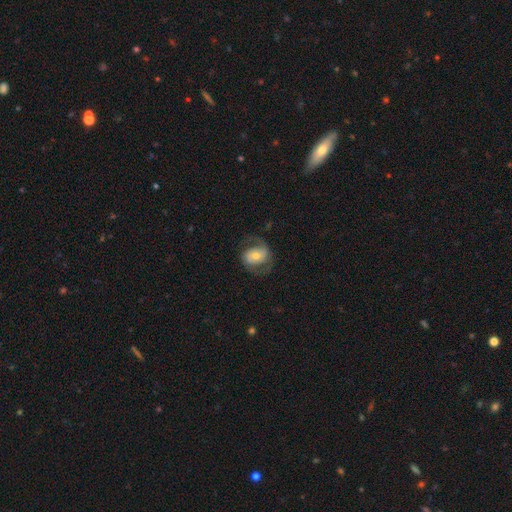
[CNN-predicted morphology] A featured or disk galaxy (63%) with no bar (47%), spiral arms (82%) and a moderate central bulge (54%). Merging: none (64%).